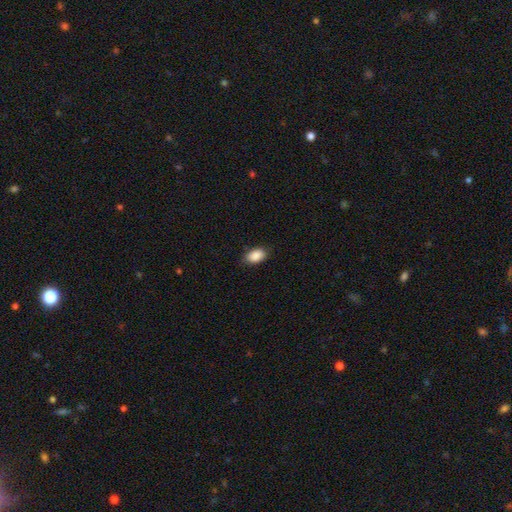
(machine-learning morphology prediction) Smooth or featured?
  - smooth: 89% *
  - star or artifact: 7%
  - featured or disk: 4%
How rounded?
  - in between: 90% *
  - round: 8%
  - cigar-shaped: 1%
Merging?
  - none: 85% *
  - minor disturbance: 12%
  - major disturbance: 2%
  - merger: 1%